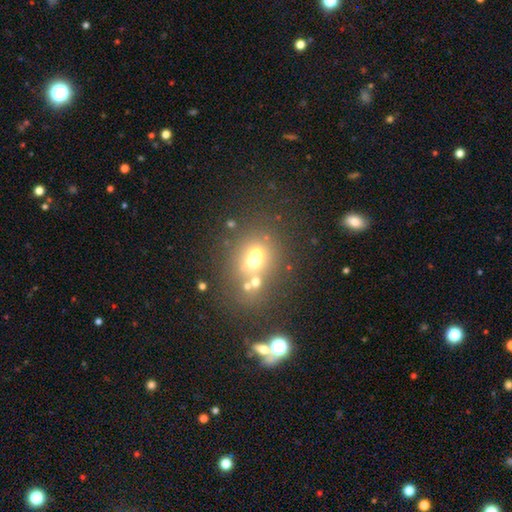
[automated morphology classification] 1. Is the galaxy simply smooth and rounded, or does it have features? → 51% smooth, 26% featured or disk, 23% star or artifact.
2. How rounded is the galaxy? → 66% round, 33% in between, 1% cigar-shaped.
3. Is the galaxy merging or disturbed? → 42% merger (tied), 42% none (tied), 10% minor disturbance, 7% major disturbance.